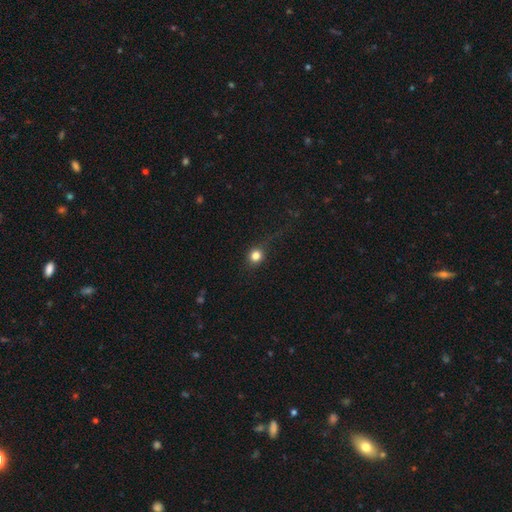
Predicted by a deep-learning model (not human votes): A smooth galaxy with no disk features (79%) that is round (86%). Merging: none (75%).